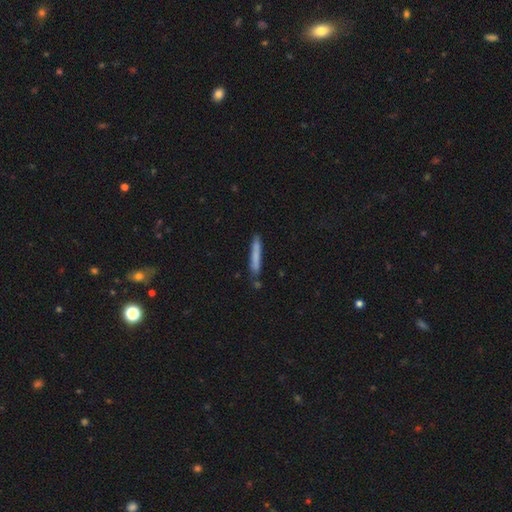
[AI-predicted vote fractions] Smooth or featured: smooth — 75% (featured or disk — 18%)
How rounded: cigar-shaped — 95% (in between — 4%)
Merging: none — 80% (minor disturbance — 13%)